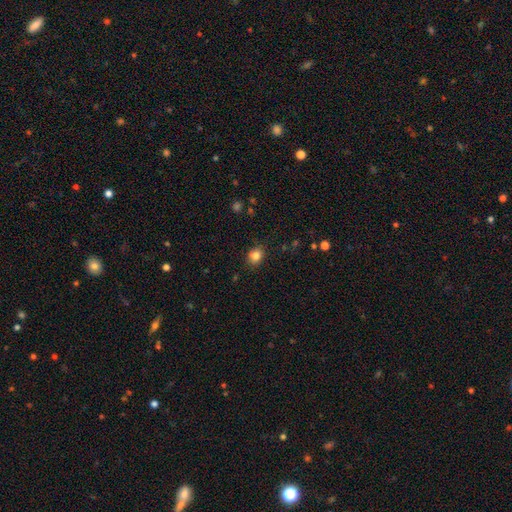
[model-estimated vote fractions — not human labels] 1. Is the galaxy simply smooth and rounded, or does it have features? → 83% smooth, 11% star or artifact, 5% featured or disk.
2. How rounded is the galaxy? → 63% round, 36% in between, 1% cigar-shaped.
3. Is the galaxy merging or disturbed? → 85% none, 11% minor disturbance, 3% major disturbance, 1% merger.